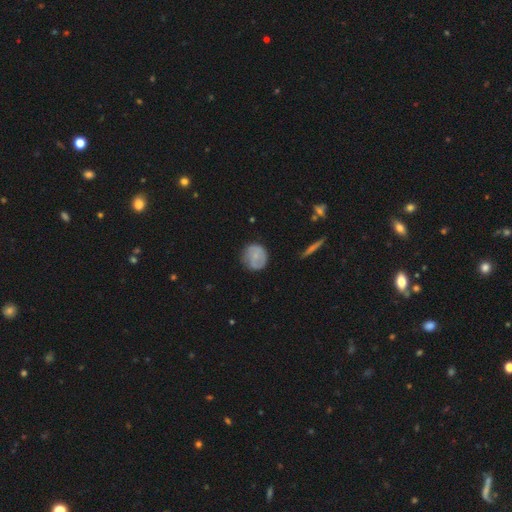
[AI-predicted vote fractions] Smooth or featured?
  - smooth: 61% *
  - featured or disk: 32%
  - star or artifact: 7%
How rounded?
  - round: 83% *
  - in between: 15%
  - cigar-shaped: 1%
Merging?
  - none: 70% *
  - minor disturbance: 21%
  - major disturbance: 7%
  - merger: 1%